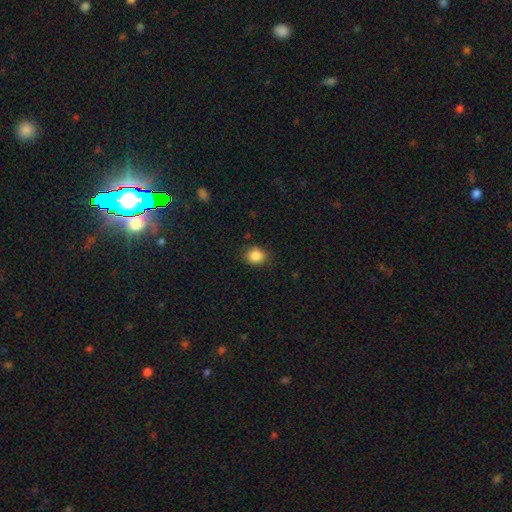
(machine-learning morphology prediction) The model was most divided on "how rounded": round: 72%, in between: 27%, cigar-shaped: 1%. More confident: smooth or featured — smooth (86%); merging — none (84%).